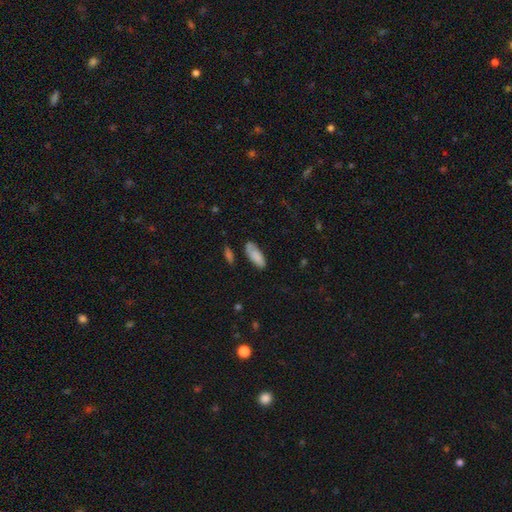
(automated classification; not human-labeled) Smooth or featured? smooth (79%)
How rounded? in between (77%)
Merging? none (66%)